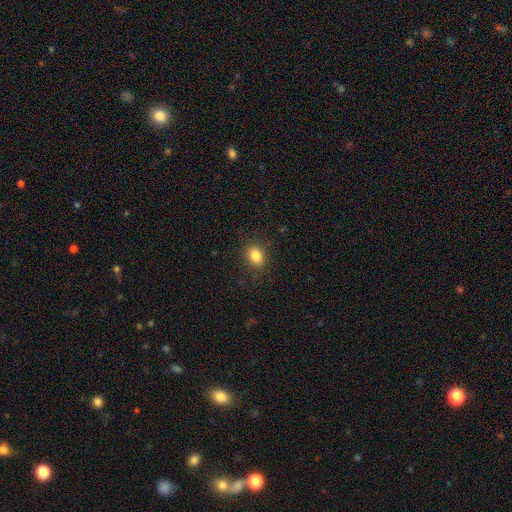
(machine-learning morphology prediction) Smooth or featured: smooth — 84% (star or artifact — 10%)
How rounded: in between — 67% (round — 32%)
Merging: none — 87% (minor disturbance — 10%)